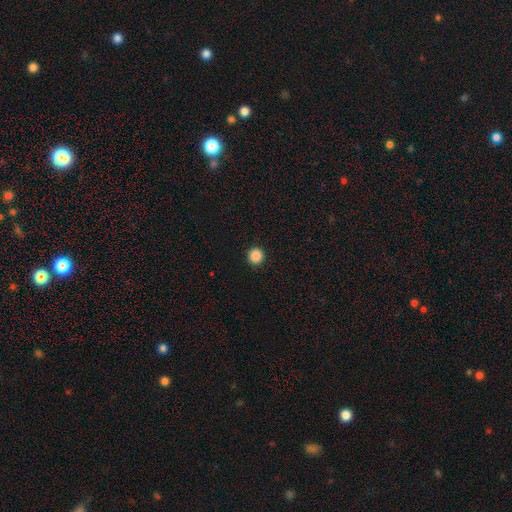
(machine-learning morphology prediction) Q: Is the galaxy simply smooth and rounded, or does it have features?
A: smooth — 87%.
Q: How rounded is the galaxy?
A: round — 96%.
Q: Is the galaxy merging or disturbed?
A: none — 92%.